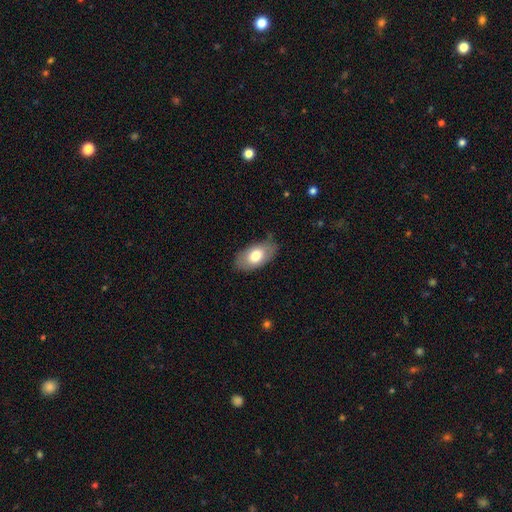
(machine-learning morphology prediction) This appears to be a smooth galaxy with no disk features (71%) that is in between round and cigar-shaped (94%). Merging: none (76%).